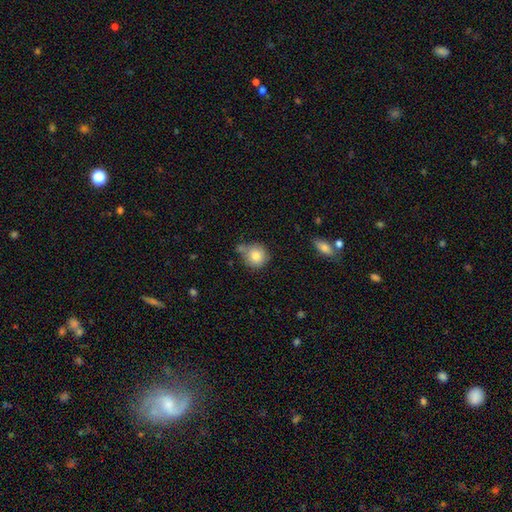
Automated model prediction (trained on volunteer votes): Smooth or featured? smooth (82%)
How rounded? round (89%)
Merging? none (61%)